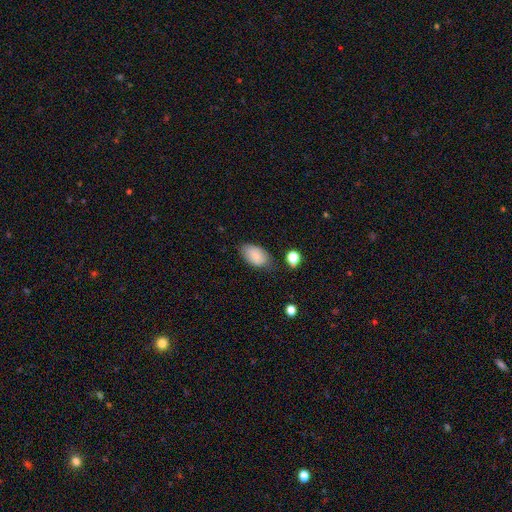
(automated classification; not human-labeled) smooth_or_featured: smooth (p=0.83) [alt: featured or disk p=0.09]
how_rounded: in between (p=0.93) [alt: round p=0.06]
merging: none (p=0.70) [alt: minor disturbance p=0.22]